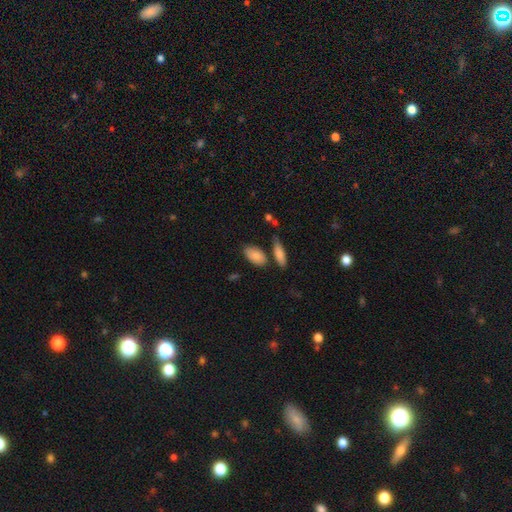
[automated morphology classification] Overall: smooth (86%). How rounded: in between (91%). Merging: none (70%).